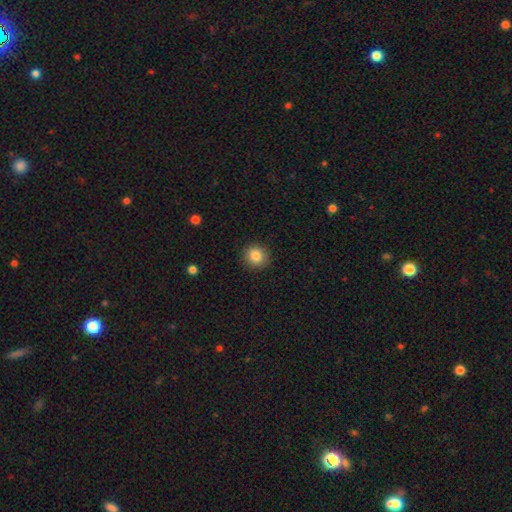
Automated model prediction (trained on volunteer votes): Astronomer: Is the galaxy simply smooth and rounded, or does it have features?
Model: smooth — 85%.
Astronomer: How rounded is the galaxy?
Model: round — 90%.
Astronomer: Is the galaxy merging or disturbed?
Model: none — 91%.